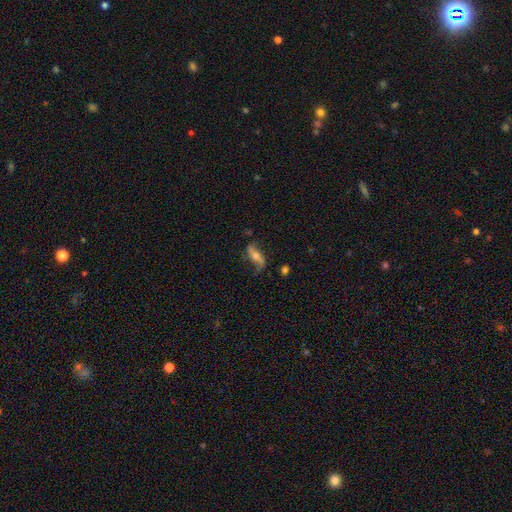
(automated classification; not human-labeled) Smooth or featured? Predicted: featured or disk (p=0.78). Edge-on disk? Predicted: no (p=0.88). Bar? Predicted: no (p=0.41). Spiral arms? Predicted: yes (p=0.93). Spiral winding? Predicted: loose (p=0.81). Spiral arm count? Predicted: 2 (p=0.91). Bulge size? Predicted: moderate (p=0.54). Merging? Predicted: none (p=0.71).